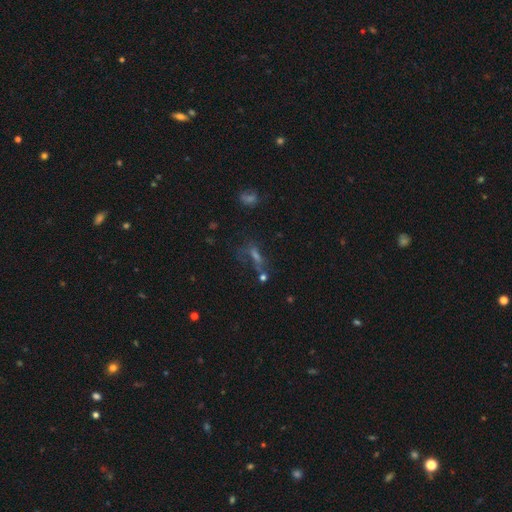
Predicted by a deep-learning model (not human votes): A star or artifact, not a galaxy (38%).

Vote fractions:
- Smooth or featured? star or artifact: 38% / smooth: 31% / featured or disk: 31%